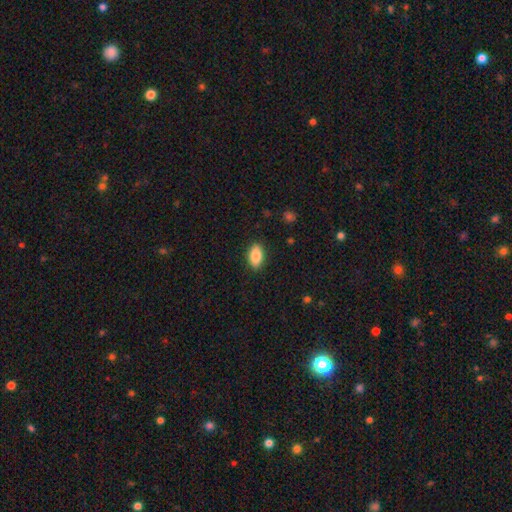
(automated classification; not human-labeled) Q: Smooth or featured?
A: smooth (86%); runner-up: featured or disk (7%)
Q: How rounded?
A: in between (91%); runner-up: round (6%)
Q: Merging?
A: none (89%); runner-up: minor disturbance (8%)